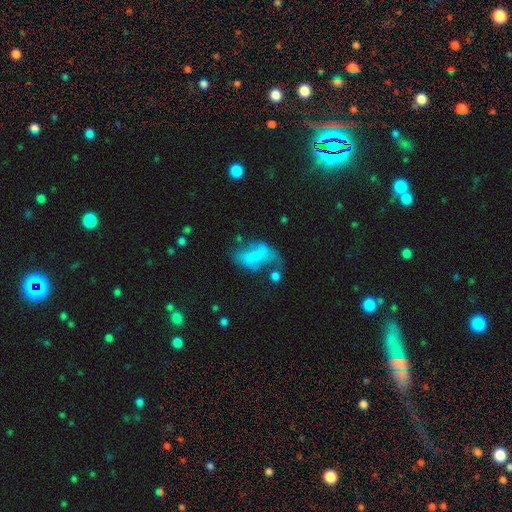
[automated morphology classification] Smooth or featured: featured or disk — 48% (smooth — 41%)
Merging: major disturbance — 36% (none — 27%)